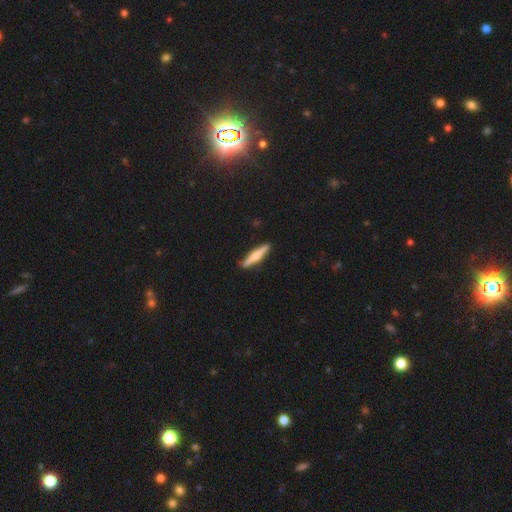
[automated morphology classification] type=featured or disk (48%); merging=none (90%).